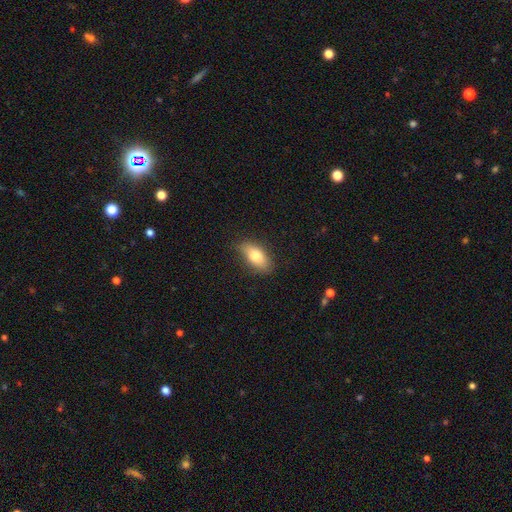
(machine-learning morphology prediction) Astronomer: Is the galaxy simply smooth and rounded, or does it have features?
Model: smooth — 80%.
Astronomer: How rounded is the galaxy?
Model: in between — 85%.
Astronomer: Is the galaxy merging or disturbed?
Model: none — 77%.